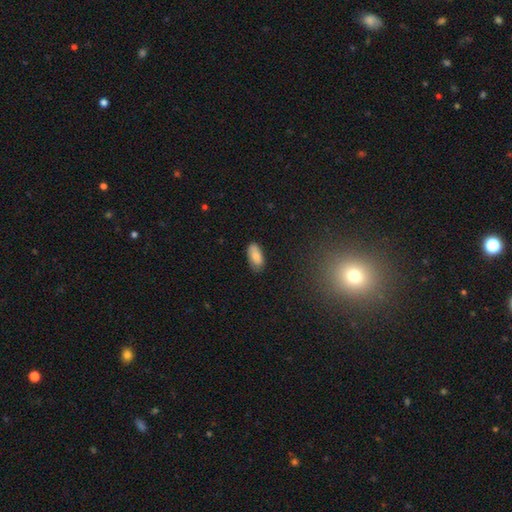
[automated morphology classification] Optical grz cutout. It shows a smooth galaxy with no disk features (84%) that is in between round and cigar-shaped (90%). Merging: none (80%).